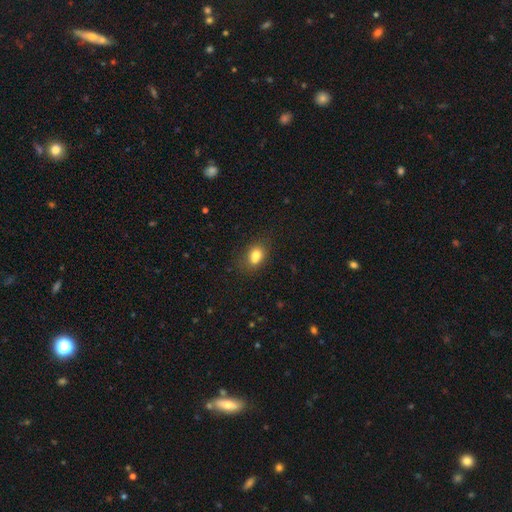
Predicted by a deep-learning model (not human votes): smooth_or_featured: smooth (p=0.76) [alt: featured or disk p=0.13]
how_rounded: in between (p=0.69) [alt: round p=0.29]
merging: none (p=0.51) [alt: merger p=0.26]